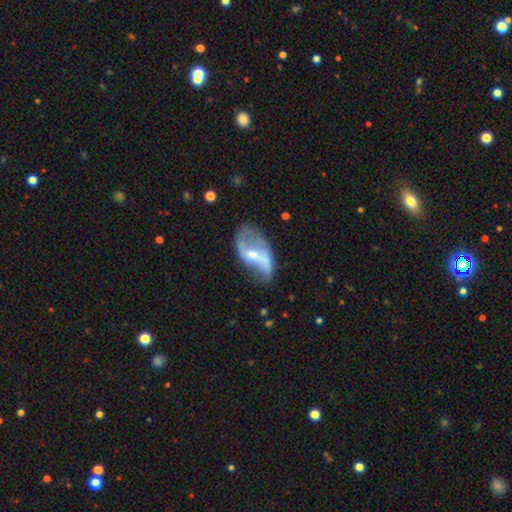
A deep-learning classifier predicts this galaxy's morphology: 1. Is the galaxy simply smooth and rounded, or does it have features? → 66% featured or disk, 27% smooth, 7% star or artifact.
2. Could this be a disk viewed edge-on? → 94% no, 6% yes.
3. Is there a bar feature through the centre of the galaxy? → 40% no (tied), 40% weak (tied), 21% strong.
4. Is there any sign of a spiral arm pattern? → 63% yes, 37% no.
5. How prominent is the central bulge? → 44% small, 41% moderate, 10% none, 4% large, 1% dominant.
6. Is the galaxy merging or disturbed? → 38% none, 29% minor disturbance, 27% major disturbance, 6% merger.